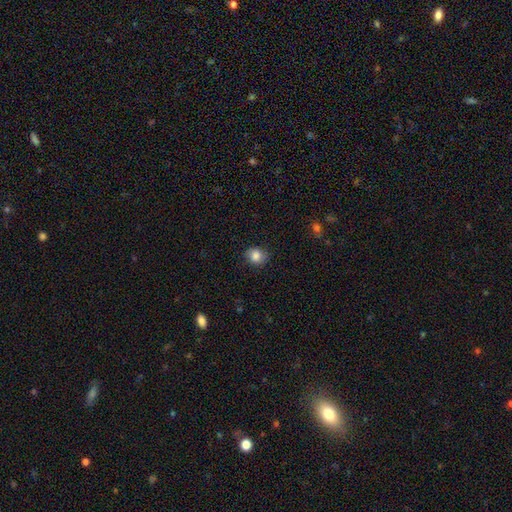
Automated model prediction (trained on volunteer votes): smooth_or_featured: smooth (p=0.85) [alt: star or artifact p=0.10]
how_rounded: round (p=0.70) [alt: in between p=0.29]
merging: none (p=0.81) [alt: minor disturbance p=0.14]